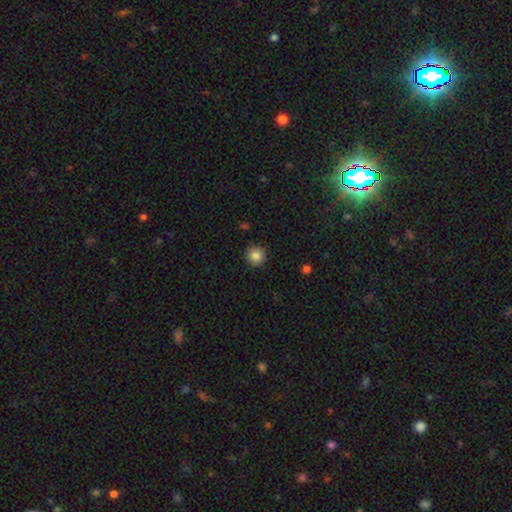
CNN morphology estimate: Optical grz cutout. It shows a smooth galaxy with no disk features (85%) that is round (95%). Merging: none (90%).